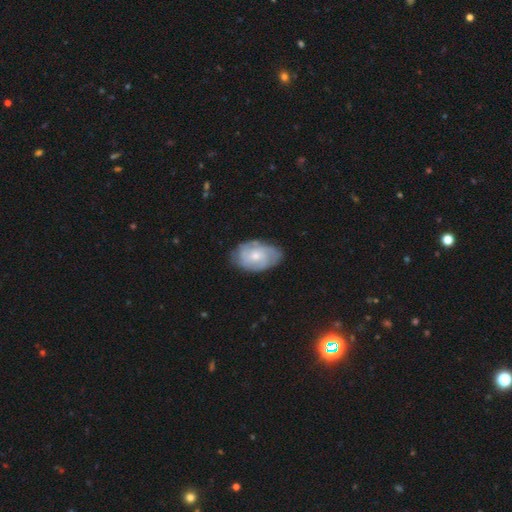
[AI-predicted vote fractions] Smooth or featured: featured or disk — 66% (smooth — 29%)
Edge-on disk: no — 97% (yes — 3%)
Bar: no — 74% (weak — 23%)
Spiral arms: yes — 86% (no — 14%)
Spiral winding: tight — 57% (medium — 33%)
Spiral arm count: can't tell — 43% (2 — 22%)
Bulge size: small — 51% (moderate — 43%)
Merging: none — 72% (minor disturbance — 22%)